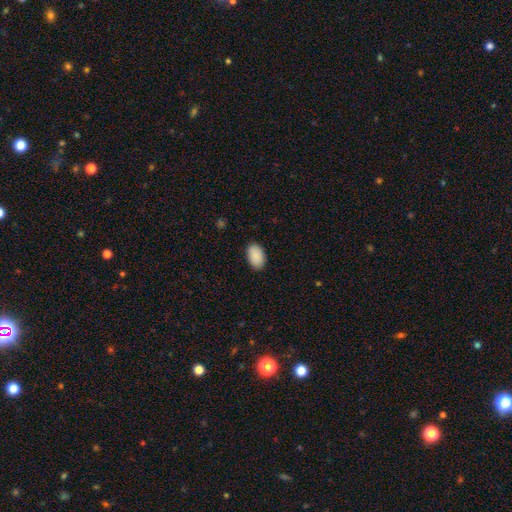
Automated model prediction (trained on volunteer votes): This is clearly a smooth galaxy (90%). How rounded: clearly in between (93%). Merging: clearly none (88%).